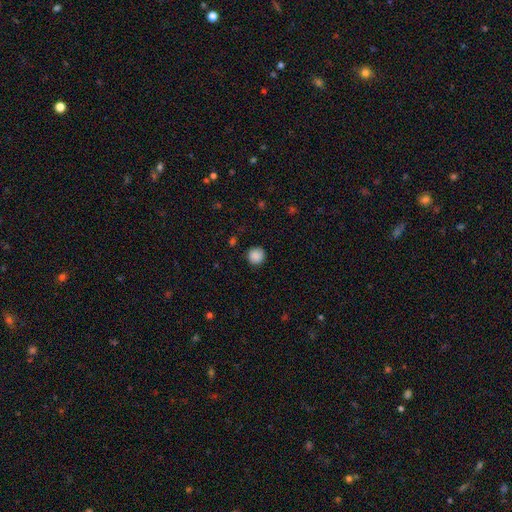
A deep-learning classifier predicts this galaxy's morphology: Smooth or featured?
  - smooth: 88% *
  - star or artifact: 9%
  - featured or disk: 3%
How rounded?
  - round: 94% *
  - in between: 5%
  - cigar-shaped: 1%
Merging?
  - none: 89% *
  - minor disturbance: 7%
  - major disturbance: 2%
  - merger: 1%